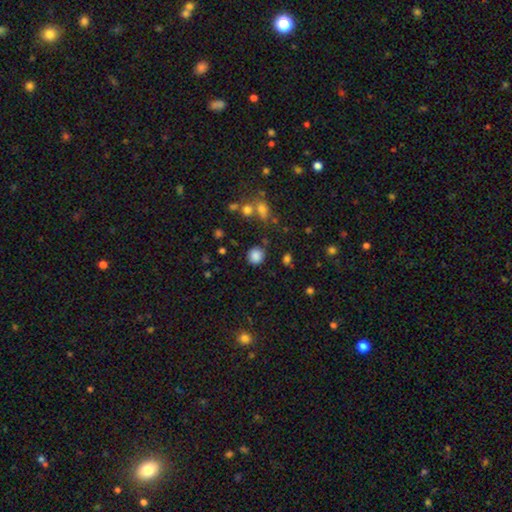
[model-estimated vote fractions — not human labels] Morphology: type=smooth (85%); roundness=round (87%); merging=none (83%).